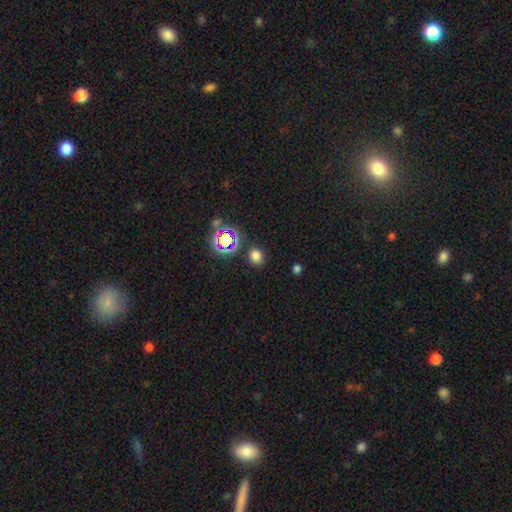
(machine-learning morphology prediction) Smooth or featured? smooth (71%)
How rounded? round (68%)
Merging? none (83%)